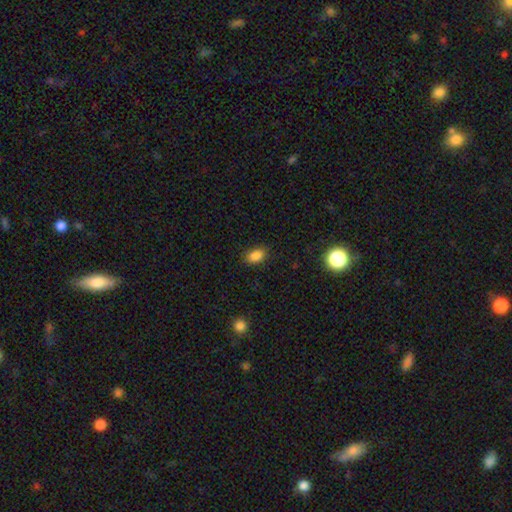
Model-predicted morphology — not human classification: type=smooth (86%); roundness=in between (86%); merging=none (86%).